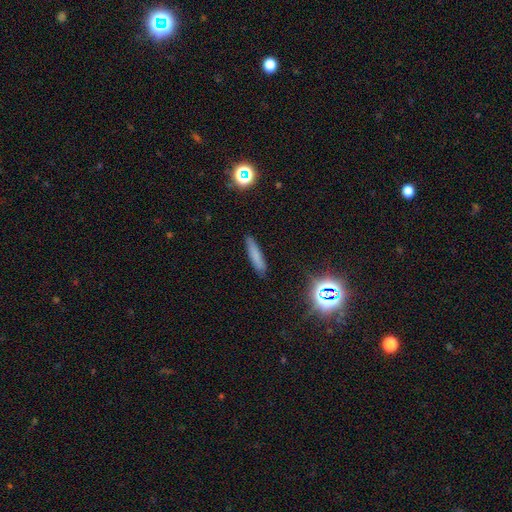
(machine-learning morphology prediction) Q: Smooth or featured?
A: smooth (74%); runner-up: star or artifact (13%)
Q: How rounded?
A: cigar-shaped (84%); runner-up: in between (14%)
Q: Merging?
A: none (86%); runner-up: minor disturbance (10%)